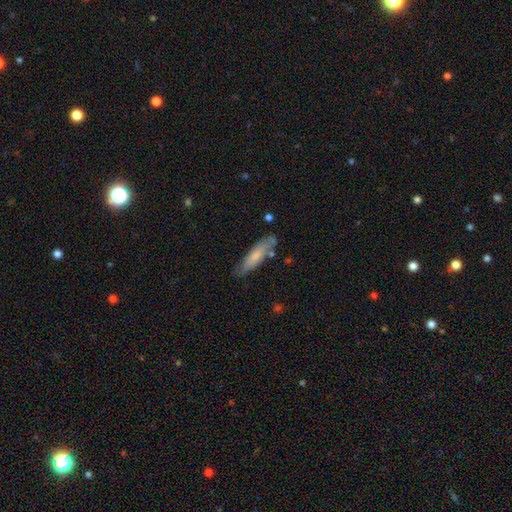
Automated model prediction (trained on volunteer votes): This appears to be a smooth galaxy with no disk features (66%) that is cigar-shaped (67%). Merging: none (71%).